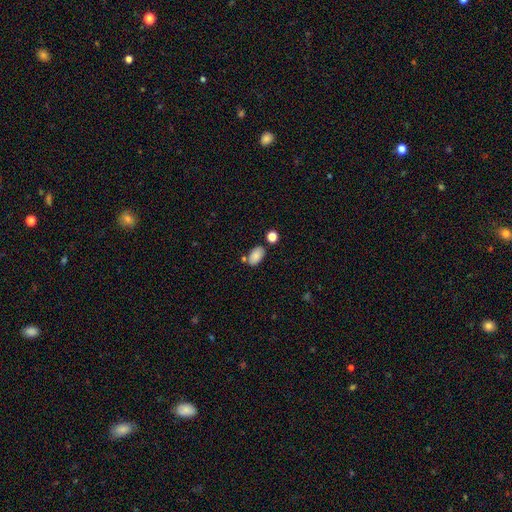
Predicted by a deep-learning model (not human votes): Smooth or featured?
  - smooth: 85% *
  - star or artifact: 8%
  - featured or disk: 6%
How rounded?
  - in between: 92% *
  - round: 6%
  - cigar-shaped: 2%
Merging?
  - none: 71% *
  - minor disturbance: 15%
  - merger: 11%
  - major disturbance: 4%